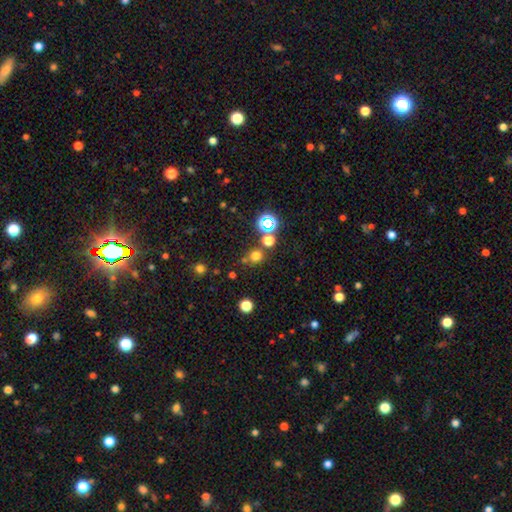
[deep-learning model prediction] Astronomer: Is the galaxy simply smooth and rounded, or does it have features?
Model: smooth — 68%.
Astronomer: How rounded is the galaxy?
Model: round — 91%.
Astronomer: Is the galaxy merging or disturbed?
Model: none — 73%.